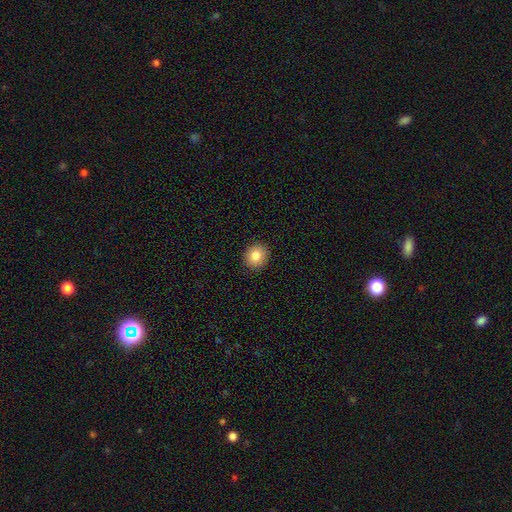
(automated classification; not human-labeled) Smooth or featured? Predicted: smooth (p=0.85). How rounded? Predicted: round (p=0.79). Merging? Predicted: none (p=0.91).